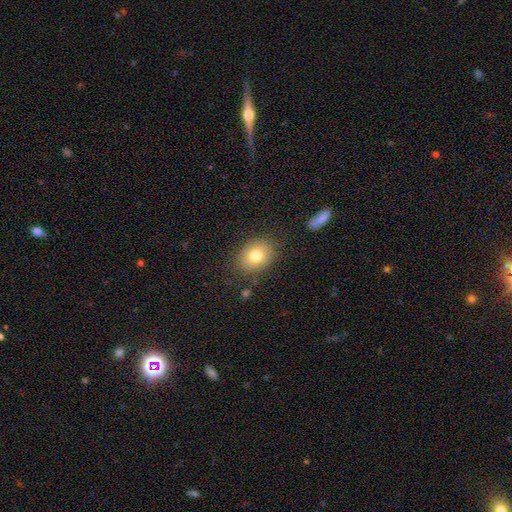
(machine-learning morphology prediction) This is likely a smooth galaxy (77%). How rounded: likely in between (61%). Merging: clearly none (84%).